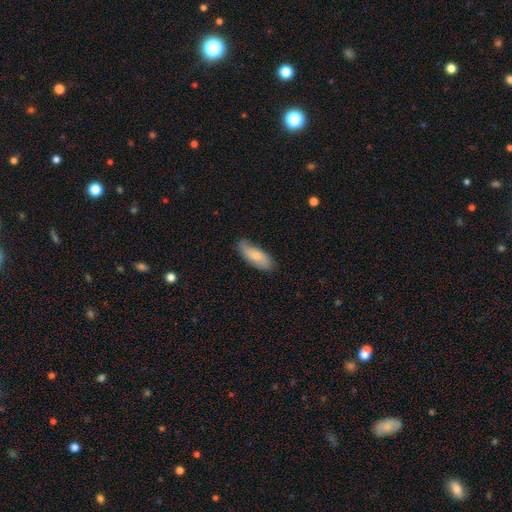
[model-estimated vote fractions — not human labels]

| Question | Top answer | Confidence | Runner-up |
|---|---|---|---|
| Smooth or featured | smooth | 65% | featured or disk (29%) |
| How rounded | in between | 75% | cigar-shaped (23%) |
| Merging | none | 72% | minor disturbance (22%) |